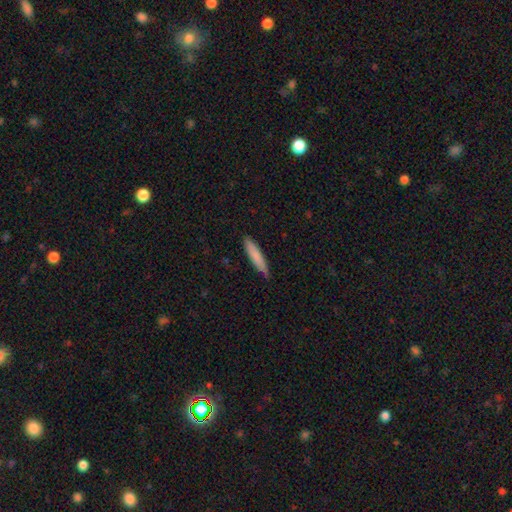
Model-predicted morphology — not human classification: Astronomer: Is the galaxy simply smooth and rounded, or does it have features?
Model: smooth — 81%.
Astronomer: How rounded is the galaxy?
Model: cigar-shaped — 88%.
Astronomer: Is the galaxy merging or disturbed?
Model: none — 82%.